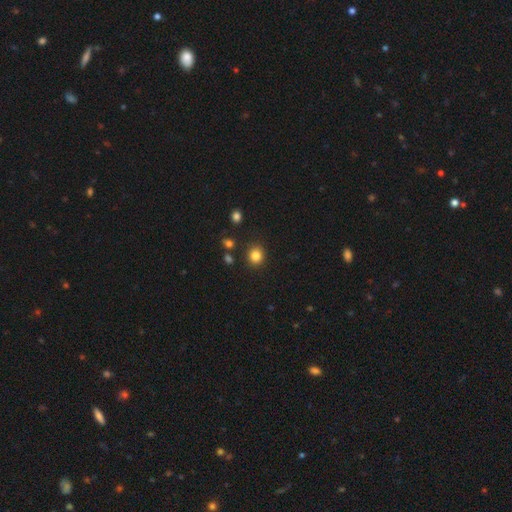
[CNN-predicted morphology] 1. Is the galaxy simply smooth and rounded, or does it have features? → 83% smooth, 12% star or artifact, 5% featured or disk.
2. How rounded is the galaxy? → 84% round, 16% in between, 1% cigar-shaped.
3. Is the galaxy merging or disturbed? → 89% none, 7% minor disturbance, 3% merger, 2% major disturbance.